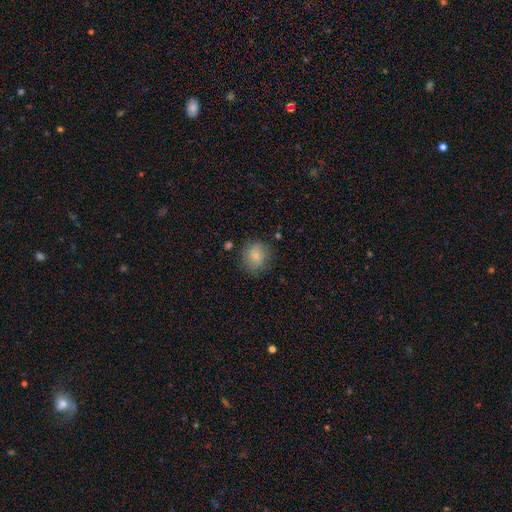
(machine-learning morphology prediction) A smooth galaxy with no disk features (83%) that is round (81%). Merging: none (79%).